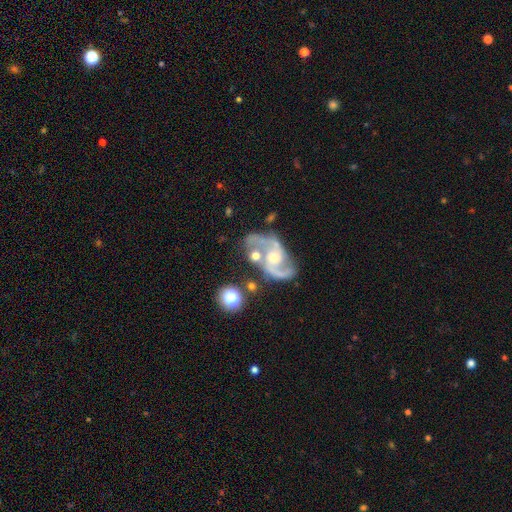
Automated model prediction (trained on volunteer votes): A featured or disk galaxy (86%) with no bar (43%), 2 (78%) medium (51%) spiral arms (95%) and a small central bulge (51%).

Vote fractions:
- Smooth or featured? featured or disk: 86% / star or artifact: 8% / smooth: 5%
- Edge-on disk? no: 97% / yes: 3%
- Bar? no: 43% / weak: 41% / strong: 16%
- Spiral arms? yes: 95% / no: 5%
- Spiral winding? medium: 51% / loose: 31% / tight: 19%
- Spiral arm count? 2: 78% / 3: 7% / can't tell: 6% / 1: 4% / 4: 3% / more than 4: 3%
- Bulge size? small: 51% / moderate: 42% / none: 3% / large: 3% / dominant: 1%
- Merging? none: 50% / merger: 19% / minor disturbance: 17% / major disturbance: 13%